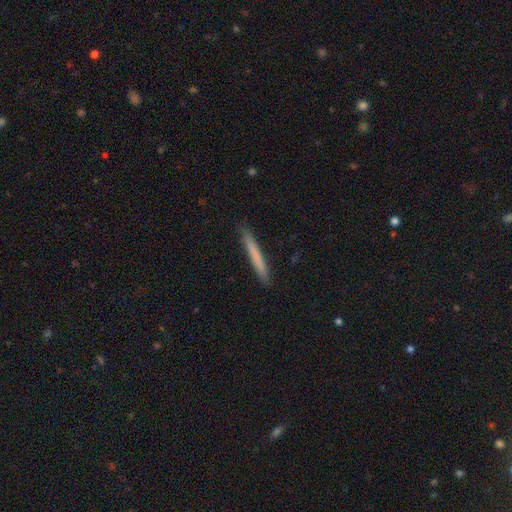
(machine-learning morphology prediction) This appears to be a smooth galaxy with no disk features (72%) that is cigar-shaped (97%). Merging: none (91%).